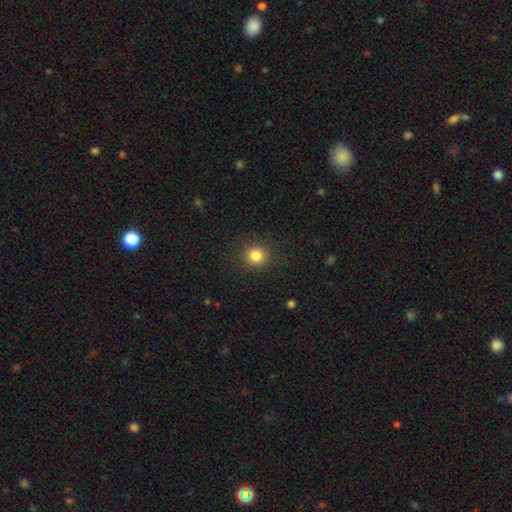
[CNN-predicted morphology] Smooth or featured? Predicted: smooth (p=0.83). How rounded? Predicted: round (p=0.92). Merging? Predicted: none (p=0.89).